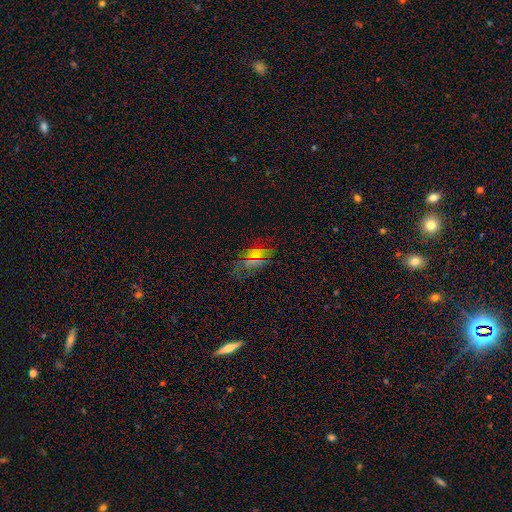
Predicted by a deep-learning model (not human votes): Smooth or featured?
  - smooth: 51% *
  - star or artifact: 31%
  - featured or disk: 18%
How rounded?
  - in between: 83% *
  - round: 11%
  - cigar-shaped: 6%
Merging?
  - none: 74% *
  - minor disturbance: 17%
  - major disturbance: 7%
  - merger: 2%